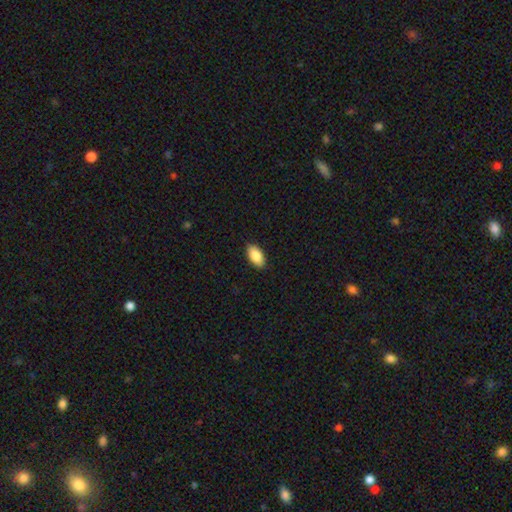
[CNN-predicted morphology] smooth-or-featured: smooth: 87% | featured or disk: 7% | star or artifact: 6%
  how-rounded: in between: 93% | cigar-shaped: 4% | round: 3%
  merging: none: 89% | minor disturbance: 8% | major disturbance: 2% | merger: 1%